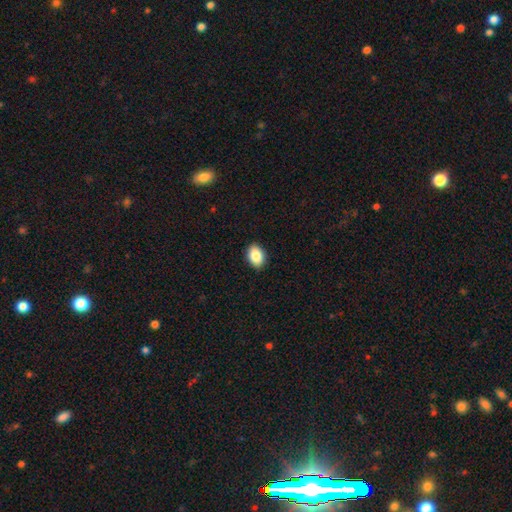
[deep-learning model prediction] smooth_or_featured: smooth (p=0.87) [alt: star or artifact p=0.08]
how_rounded: in between (p=0.79) [alt: round p=0.20]
merging: none (p=0.90) [alt: minor disturbance p=0.08]